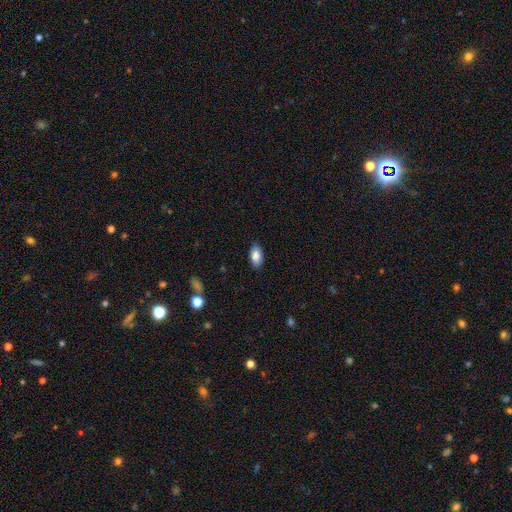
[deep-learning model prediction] Smooth or featured? Predicted: smooth (p=0.84). How rounded? Predicted: in between (p=0.93). Merging? Predicted: none (p=0.86).